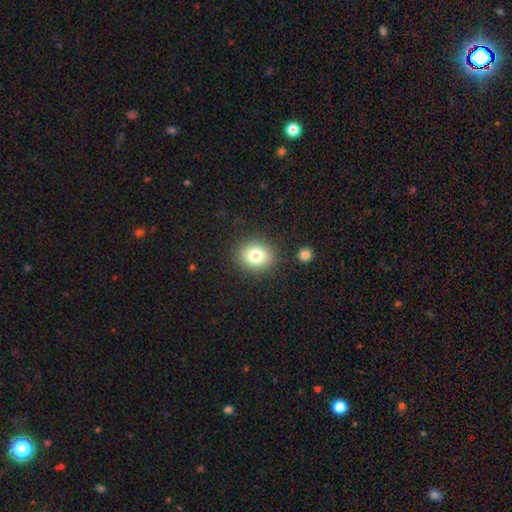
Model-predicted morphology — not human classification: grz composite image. It shows a smooth galaxy with no disk features (80%) that is round (66%). Merging: none (87%).